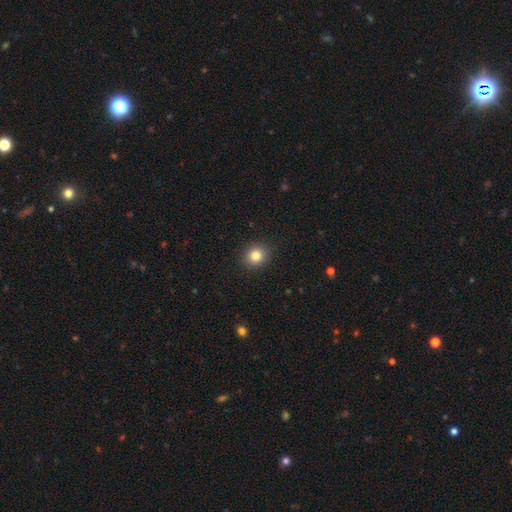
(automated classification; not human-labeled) Smooth or featured? smooth (83%)
How rounded? round (83%)
Merging? none (91%)